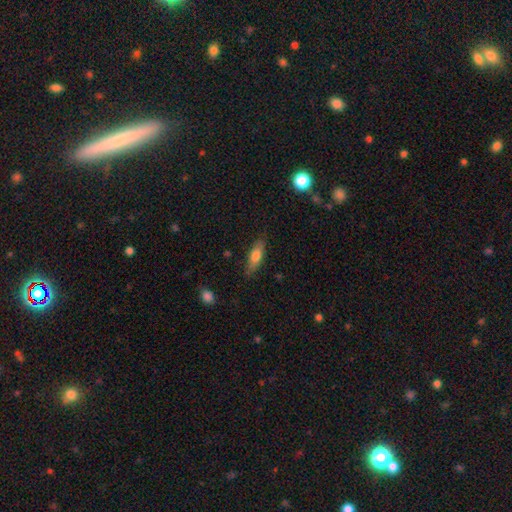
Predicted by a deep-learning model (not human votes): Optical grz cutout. It shows a smooth galaxy with no disk features (72%) that is in between round and cigar-shaped (54%). Merging: none (82%).